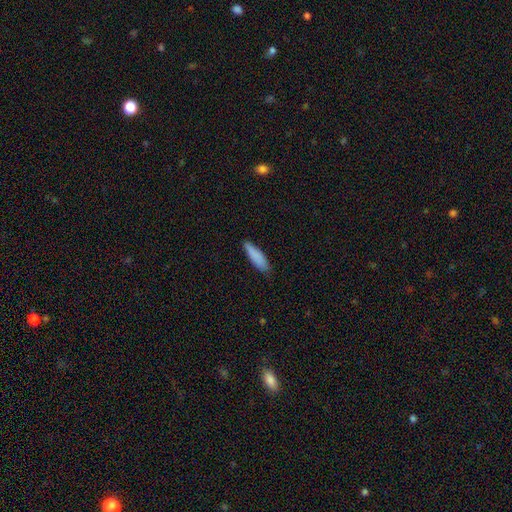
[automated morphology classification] smooth-or-featured: smooth: 86% | featured or disk: 8% | star or artifact: 6%
  how-rounded: cigar-shaped: 64% | in between: 34% | round: 1%
  merging: none: 79% | minor disturbance: 17% | major disturbance: 2% | merger: 1%